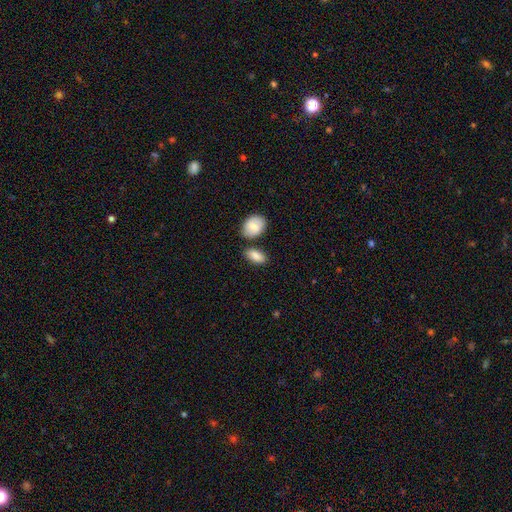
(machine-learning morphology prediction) A smooth galaxy with no disk features (87%) that is in between round and cigar-shaped (91%). Merging: none (69%).